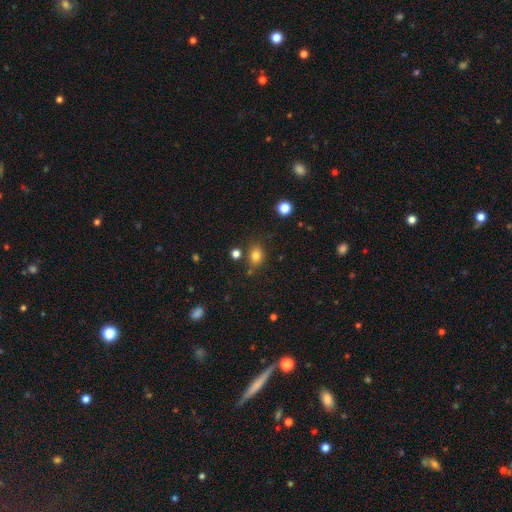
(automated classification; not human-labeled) Overall: smooth (80%). How rounded: in between (52%; round 47%). Merging: none (75%).